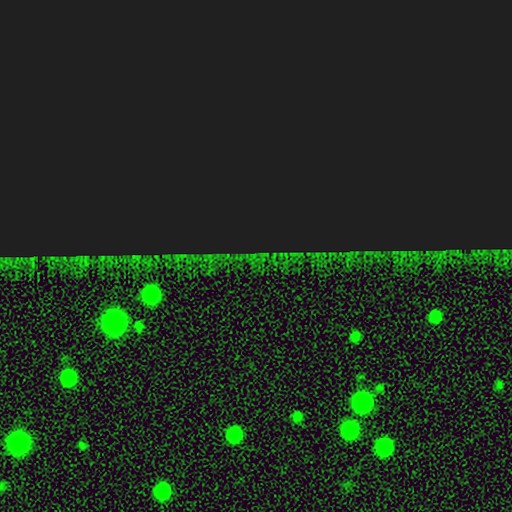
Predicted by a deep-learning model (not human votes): Smooth or featured?
  - star or artifact: 87% *
  - smooth: 7%
  - featured or disk: 6%